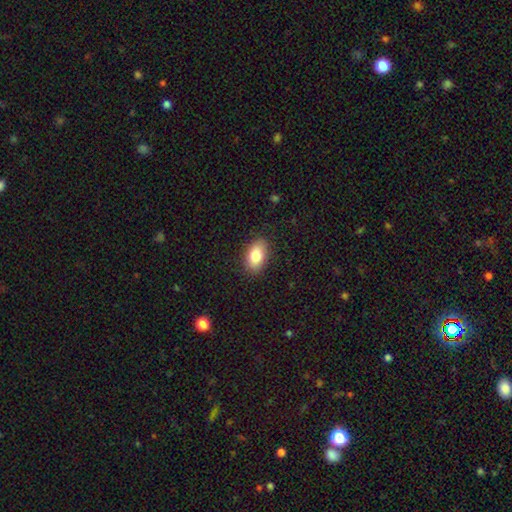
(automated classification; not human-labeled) smooth_or_featured: smooth (p=0.82) [alt: featured or disk p=0.10]
how_rounded: in between (p=0.90) [alt: round p=0.08]
merging: none (p=0.85) [alt: minor disturbance p=0.11]